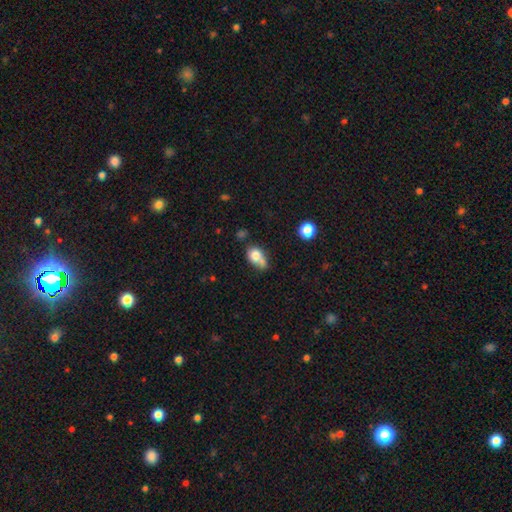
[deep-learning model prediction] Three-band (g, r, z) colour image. It shows a smooth galaxy with no disk features (77%) that is in between round and cigar-shaped (50%). Merging: merger (43%).